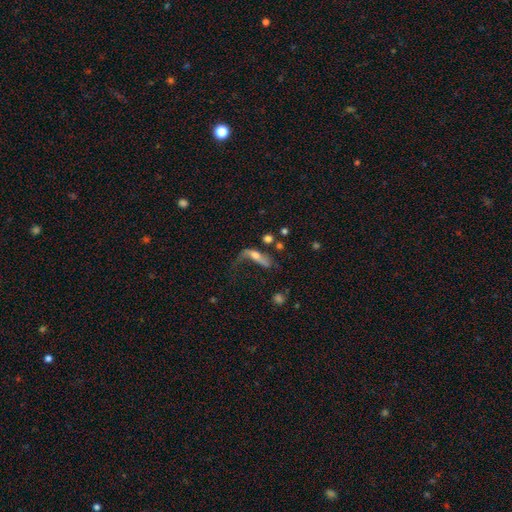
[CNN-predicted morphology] Q: Smooth or featured?
A: featured or disk (49%); runner-up: smooth (40%)
Q: Merging?
A: major disturbance (51%); runner-up: none (23%)